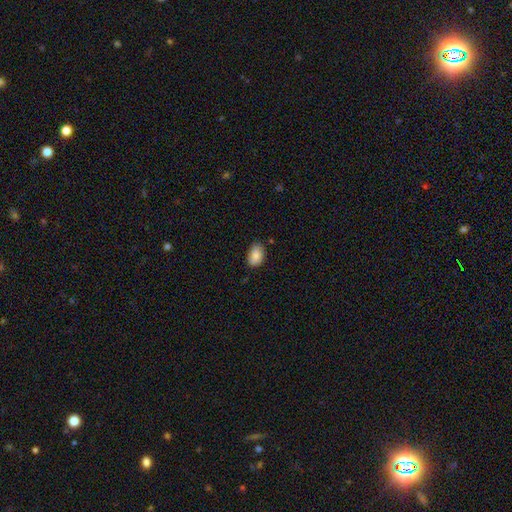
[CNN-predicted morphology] Smooth or featured? smooth (86%)
How rounded? in between (86%)
Merging? none (77%)